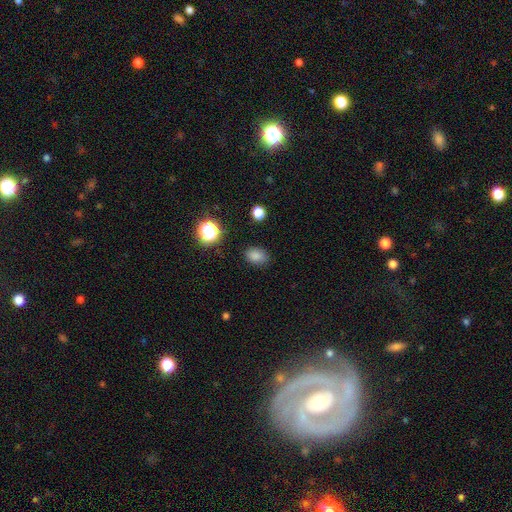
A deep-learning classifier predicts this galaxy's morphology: Smooth or featured? smooth (82%)
How rounded? in between (72%)
Merging? none (83%)